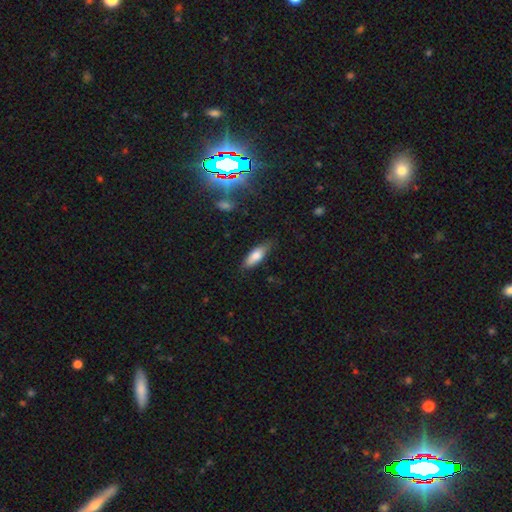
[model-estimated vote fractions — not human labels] smooth-or-featured: smooth: 76% | featured or disk: 17% | star or artifact: 7%
  how-rounded: in between: 64% | cigar-shaped: 34% | round: 2%
  merging: none: 76% | minor disturbance: 19% | major disturbance: 4% | merger: 2%